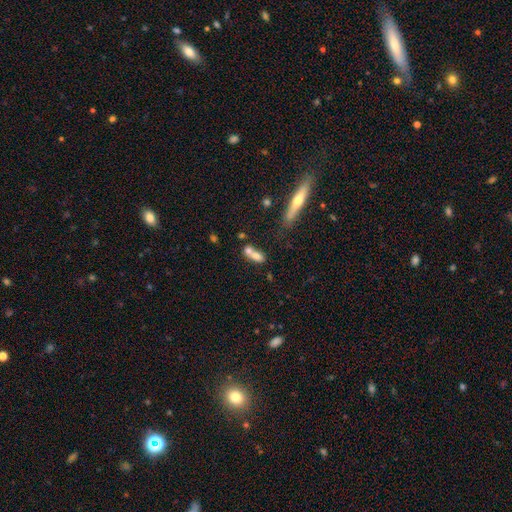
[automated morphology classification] A smooth galaxy with no disk features (67%) that is in between round and cigar-shaped (68%).

Vote fractions:
- Smooth or featured? smooth: 67% / featured or disk: 23% / star or artifact: 10%
- How rounded? in between: 68% / cigar-shaped: 18% / round: 14%
- Merging? merger: 61% / none: 25% / minor disturbance: 9% / major disturbance: 5%